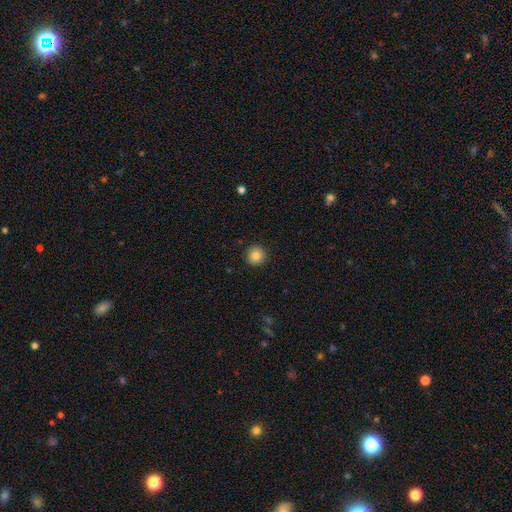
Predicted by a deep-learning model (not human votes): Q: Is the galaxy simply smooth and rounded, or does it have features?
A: smooth — 85%.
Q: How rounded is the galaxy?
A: round — 94%.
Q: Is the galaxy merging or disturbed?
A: none — 92%.